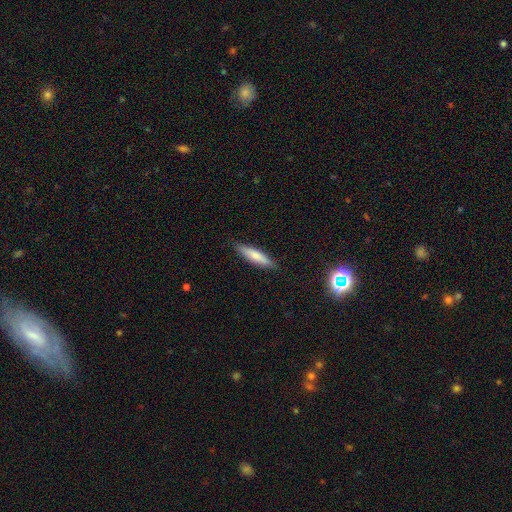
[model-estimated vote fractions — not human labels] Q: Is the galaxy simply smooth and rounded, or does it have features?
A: smooth — 73%.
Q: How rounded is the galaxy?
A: cigar-shaped — 76%.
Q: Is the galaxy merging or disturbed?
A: none — 87%.